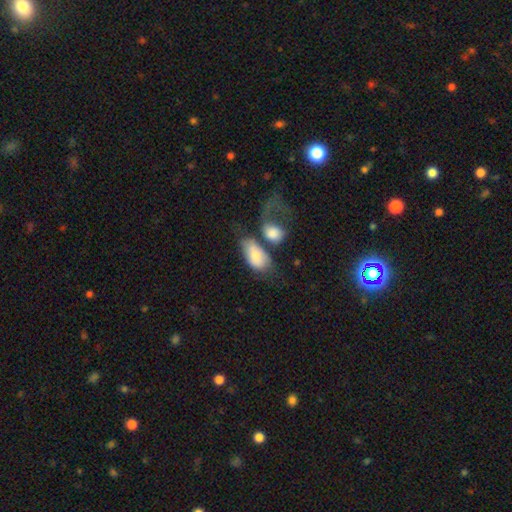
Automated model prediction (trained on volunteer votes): This is likely a smooth galaxy (67%). How rounded: clearly in between (90%). Merging: marginally merger (42%).